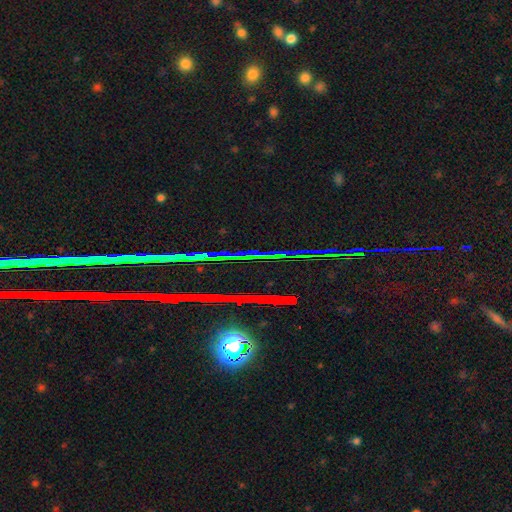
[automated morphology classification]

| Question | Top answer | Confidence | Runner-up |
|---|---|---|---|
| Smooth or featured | star or artifact | 84% | featured or disk (9%) |